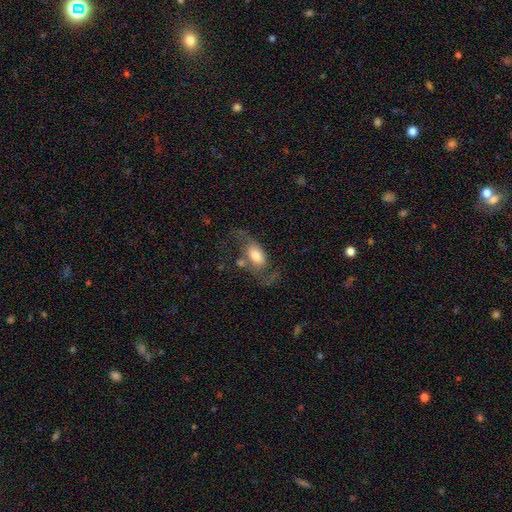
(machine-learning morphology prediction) smooth-or-featured: smooth: 46% (tied) | featured or disk: 46% (tied) | star or artifact: 8%
  merging: none: 34% | major disturbance: 33% | minor disturbance: 20% | merger: 13%